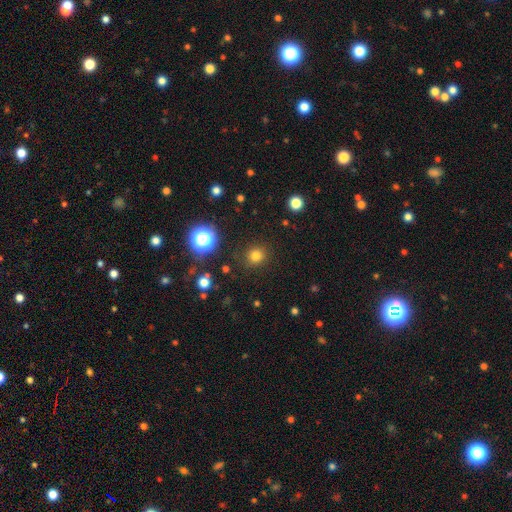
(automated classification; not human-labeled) The model was most divided on "smooth or featured": smooth: 77%, star or artifact: 18%, featured or disk: 5%. More confident: how rounded — round (91%); merging — none (90%).